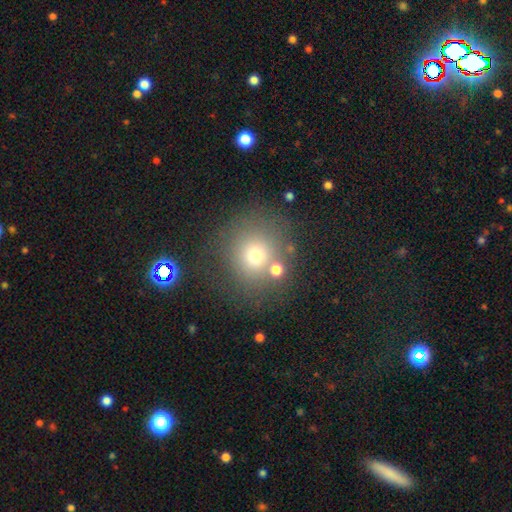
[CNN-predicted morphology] smooth 68%, star or artifact 19%, featured or disk 13%. Down the decision tree: how rounded — round (88%); merging — none (71%).